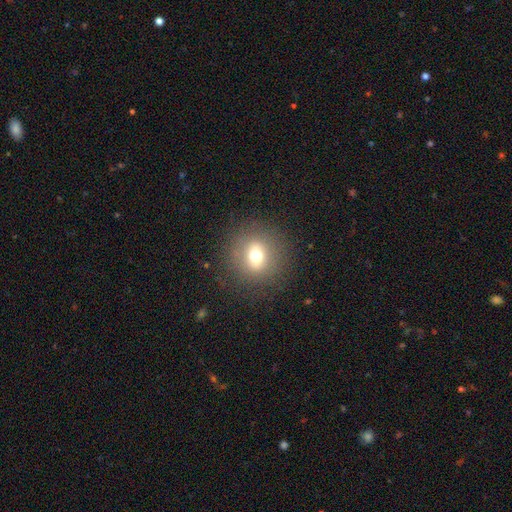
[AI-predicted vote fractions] Q: Smooth or featured?
A: smooth (62%); runner-up: featured or disk (23%)
Q: How rounded?
A: round (87%); runner-up: in between (12%)
Q: Merging?
A: none (85%); runner-up: minor disturbance (9%)